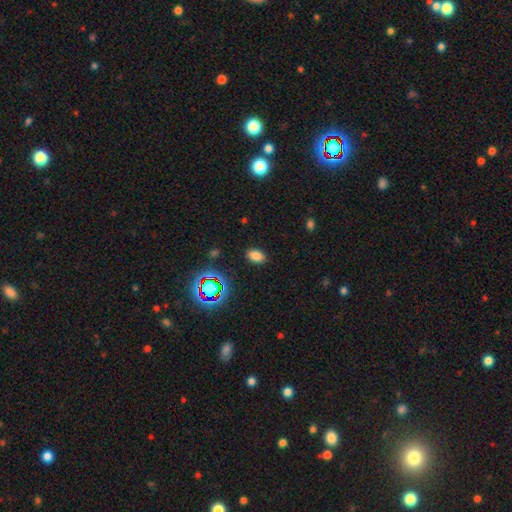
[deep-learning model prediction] A smooth galaxy with no disk features (76%) that is in between round and cigar-shaped (86%).

Vote fractions:
- Smooth or featured? smooth: 76% / star or artifact: 18% / featured or disk: 6%
- How rounded? in between: 86% / round: 13% / cigar-shaped: 2%
- Merging? none: 87% / minor disturbance: 9% / major disturbance: 3% / merger: 1%